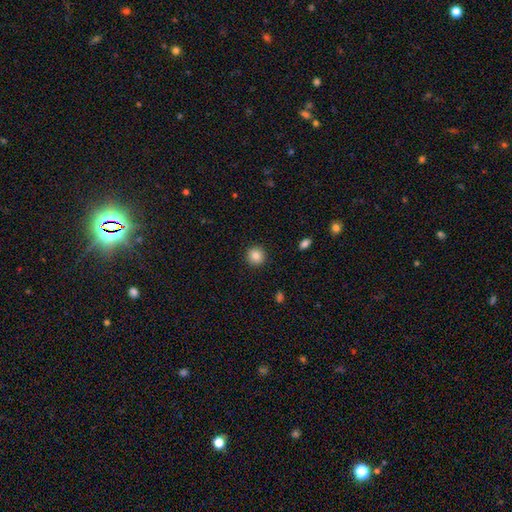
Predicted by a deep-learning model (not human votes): Smooth or featured: smooth — 86% (star or artifact — 9%)
How rounded: round — 93% (in between — 6%)
Merging: none — 92% (minor disturbance — 5%)